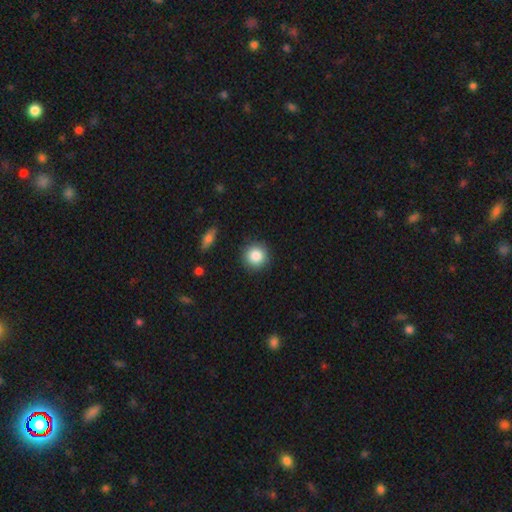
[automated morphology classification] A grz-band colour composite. It shows a smooth galaxy with no disk features (85%) that is round (93%). Merging: none (90%).